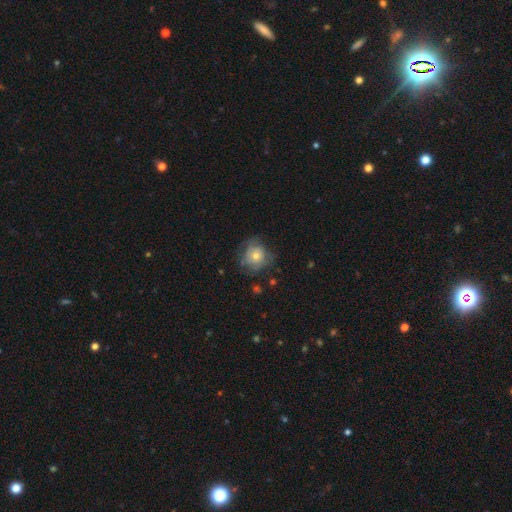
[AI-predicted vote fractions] This is possibly a smooth galaxy (48%). Merging: likely none (62%).